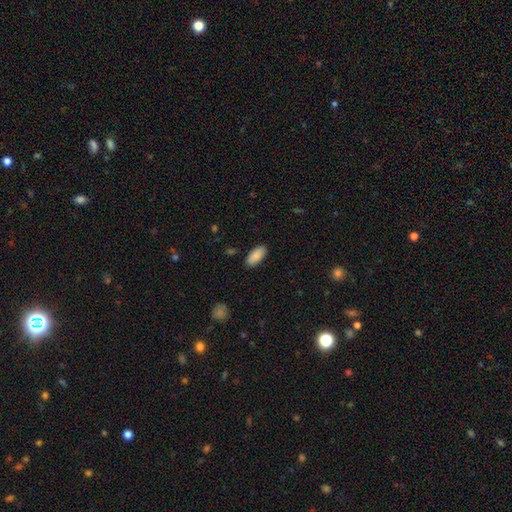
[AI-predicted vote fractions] A smooth galaxy with no disk features (89%) that is in between round and cigar-shaped (89%).

Vote fractions:
- Smooth or featured? smooth: 89% / star or artifact: 6% / featured or disk: 5%
- How rounded? in between: 89% / cigar-shaped: 9% / round: 2%
- Merging? none: 88% / minor disturbance: 9% / major disturbance: 2% / merger: 1%